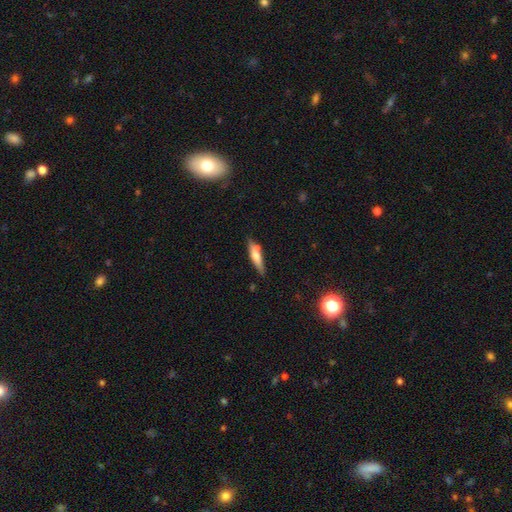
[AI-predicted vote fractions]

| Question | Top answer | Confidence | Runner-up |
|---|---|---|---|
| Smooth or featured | smooth | 54% | featured or disk (40%) |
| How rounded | cigar-shaped | 77% | in between (21%) |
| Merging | none | 70% | minor disturbance (18%) |